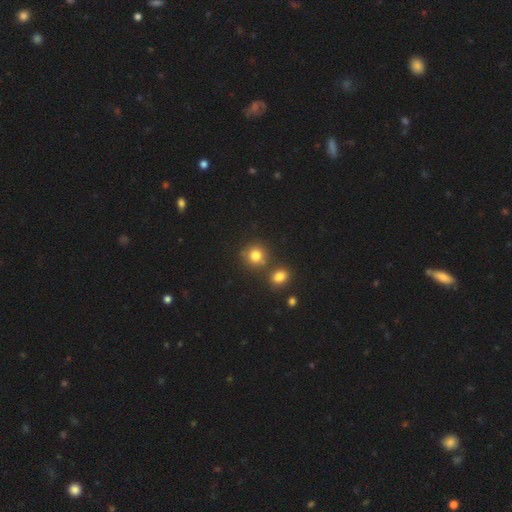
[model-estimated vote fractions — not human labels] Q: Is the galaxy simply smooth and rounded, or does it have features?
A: smooth — 79%.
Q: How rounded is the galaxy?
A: round — 86%.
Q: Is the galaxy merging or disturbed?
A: none — 68%.